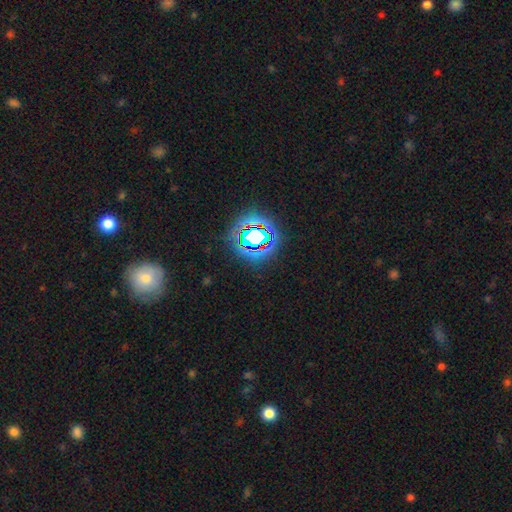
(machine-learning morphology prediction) Q: Smooth or featured?
A: star or artifact (78%); runner-up: smooth (13%)